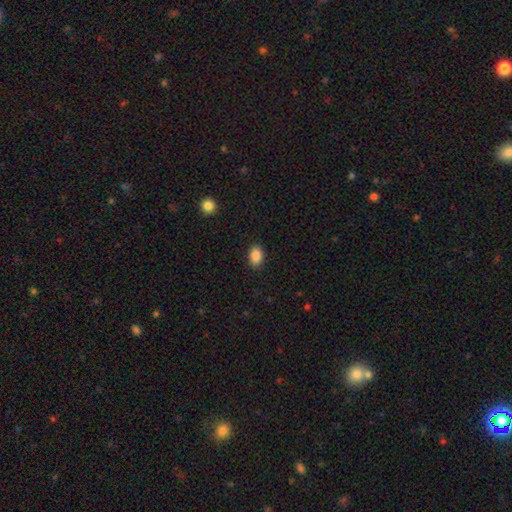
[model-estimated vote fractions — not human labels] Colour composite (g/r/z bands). It shows a smooth galaxy with no disk features (88%) that is in between round and cigar-shaped (81%). Merging: none (87%).